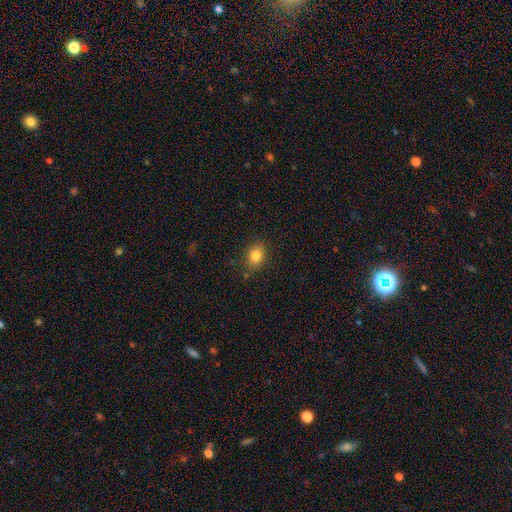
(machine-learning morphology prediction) Smooth or featured? Predicted: smooth (p=0.81). How rounded? Predicted: in between (p=0.55). Merging? Predicted: none (p=0.84).